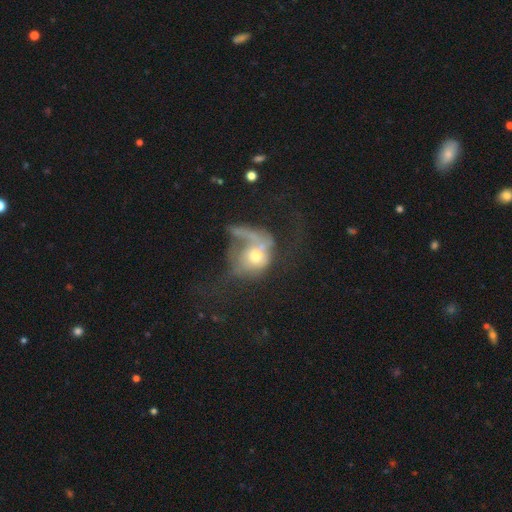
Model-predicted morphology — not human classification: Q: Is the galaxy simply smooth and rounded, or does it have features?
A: featured or disk — 51%.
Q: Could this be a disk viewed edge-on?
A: no — 96%.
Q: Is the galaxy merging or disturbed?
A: major disturbance — 53%.